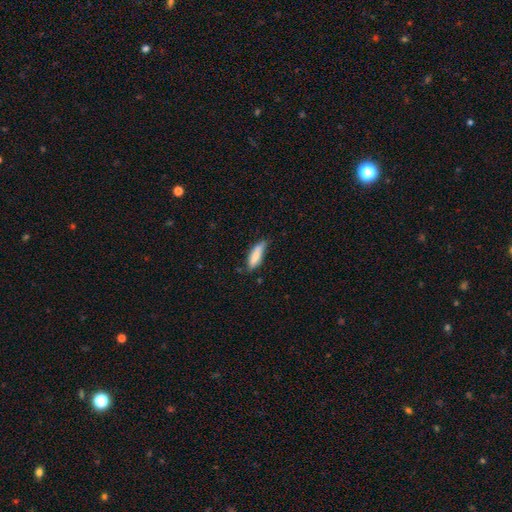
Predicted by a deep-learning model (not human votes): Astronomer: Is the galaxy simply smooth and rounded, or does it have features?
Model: smooth — 81%.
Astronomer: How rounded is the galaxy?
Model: cigar-shaped — 60% (runner-up: in between, 39%).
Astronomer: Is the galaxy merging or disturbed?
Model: none — 62%.